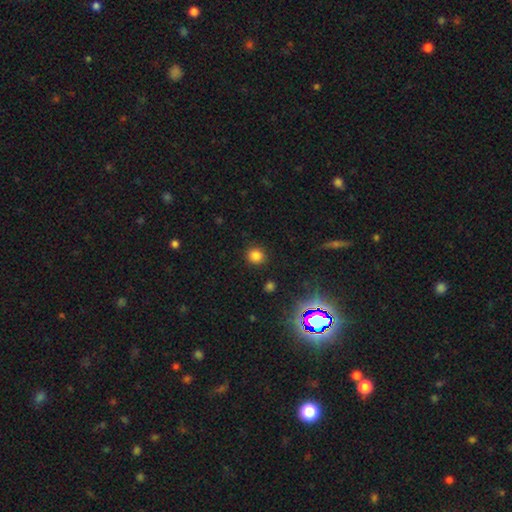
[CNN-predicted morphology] The model was most divided on "smooth or featured": smooth: 81%, star or artifact: 15%, featured or disk: 4%. More confident: merging — none (89%); how rounded — round (88%).